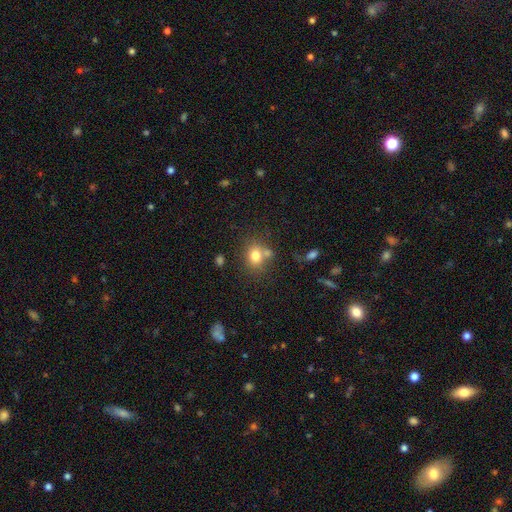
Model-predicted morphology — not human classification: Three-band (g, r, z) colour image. It shows a smooth galaxy with no disk features (77%) that is round (63%). Merging: none (57%).